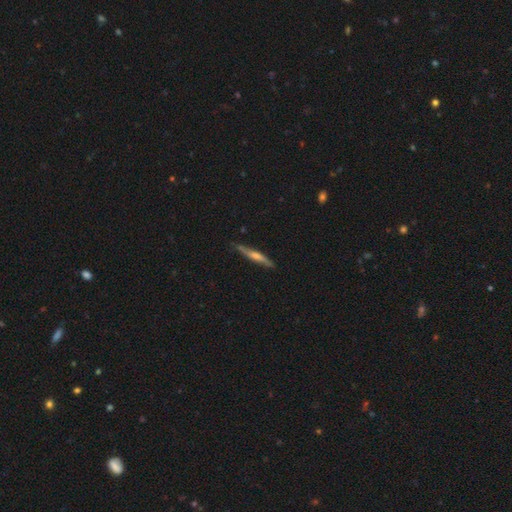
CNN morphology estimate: A featured or disk galaxy (59%) viewed edge-on (94%) with a rounded central bulge (55%).

Vote fractions:
- Smooth or featured? featured or disk: 59% / smooth: 35% / star or artifact: 6%
- Edge-on disk? yes: 94% / no: 6%
- Edge-on bulge? rounded: 55% / none: 26% / boxy: 19%
- Merging? none: 83% / minor disturbance: 14% / major disturbance: 2% / merger: 1%